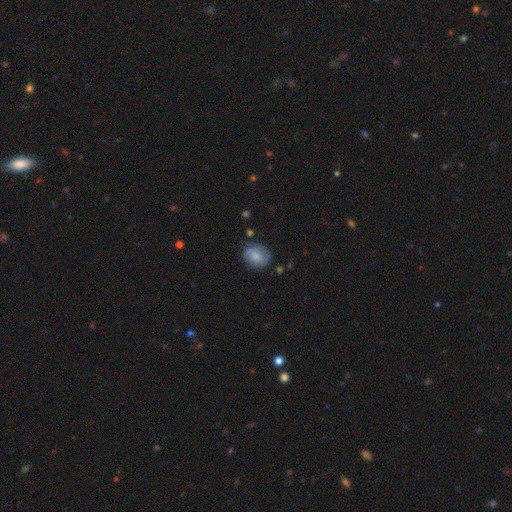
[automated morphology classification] smooth-or-featured: smooth: 65% | featured or disk: 27% | star or artifact: 8%
  how-rounded: round: 59% | in between: 40% | cigar-shaped: 1%
  merging: none: 74% | minor disturbance: 19% | major disturbance: 5% | merger: 2%